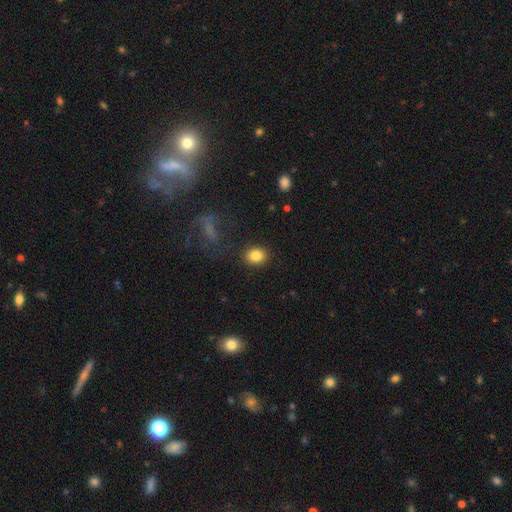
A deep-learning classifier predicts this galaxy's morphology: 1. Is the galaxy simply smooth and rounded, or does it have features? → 84% smooth, 10% star or artifact, 6% featured or disk.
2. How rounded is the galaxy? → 54% round, 45% in between, 1% cigar-shaped.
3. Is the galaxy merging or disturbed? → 87% none, 8% minor disturbance, 3% major disturbance, 2% merger.